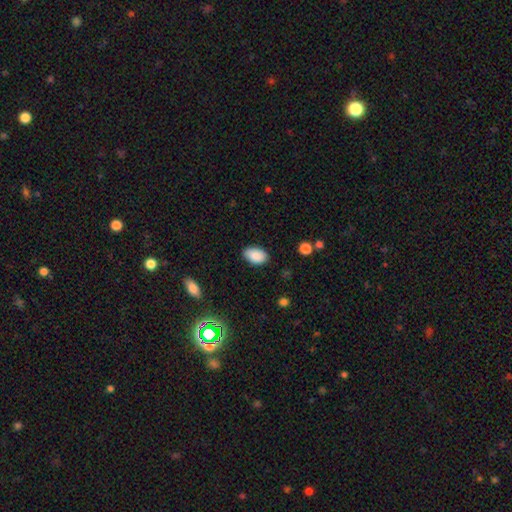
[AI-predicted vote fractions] A smooth galaxy with no disk features (88%) that is in between round and cigar-shaped (91%).

Vote fractions:
- Smooth or featured? smooth: 88% / star or artifact: 7% / featured or disk: 4%
- How rounded? in between: 91% / round: 8% / cigar-shaped: 1%
- Merging? none: 84% / minor disturbance: 13% / major disturbance: 2% / merger: 1%